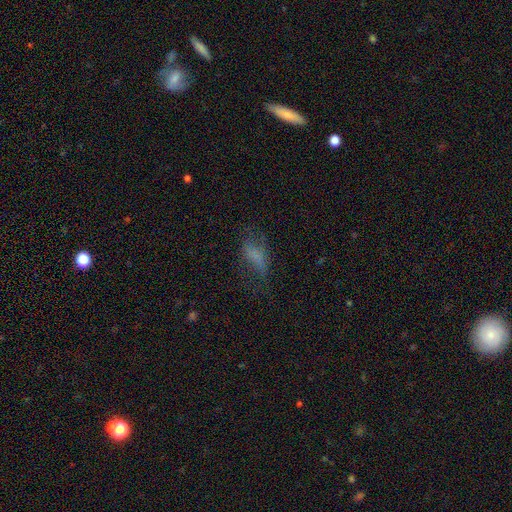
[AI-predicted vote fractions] Smooth or featured: smooth — 56% (featured or disk — 27%)
How rounded: in between — 79% (cigar-shaped — 15%)
Merging: none — 39% (major disturbance — 35%)